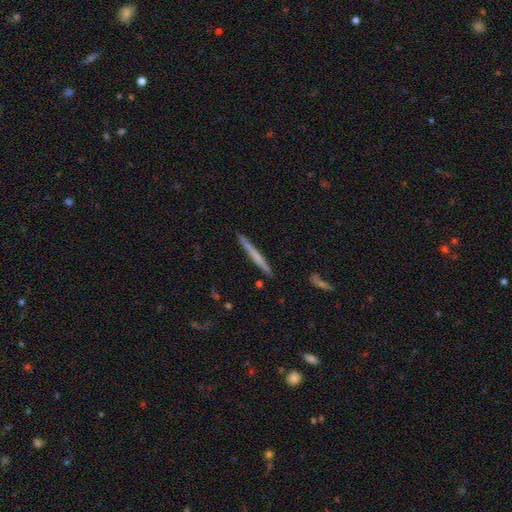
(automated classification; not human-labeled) Q: Smooth or featured?
A: smooth (51%); runner-up: featured or disk (43%)
Q: How rounded?
A: cigar-shaped (97%); runner-up: in between (2%)
Q: Merging?
A: none (91%); runner-up: minor disturbance (7%)